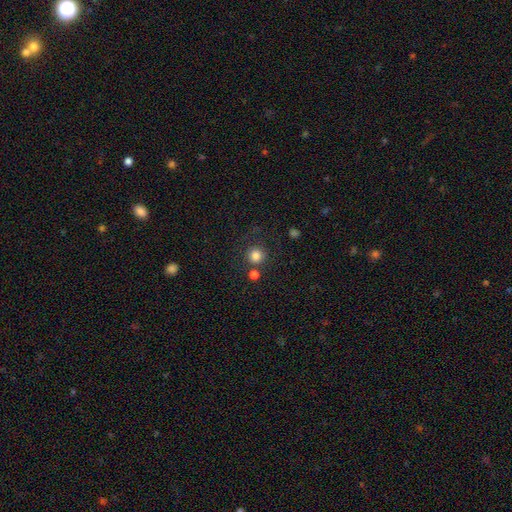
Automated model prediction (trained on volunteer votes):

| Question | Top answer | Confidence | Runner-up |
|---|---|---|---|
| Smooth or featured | smooth | 83% | star or artifact (12%) |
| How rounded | round | 94% | in between (5%) |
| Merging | none | 77% | merger (11%) |